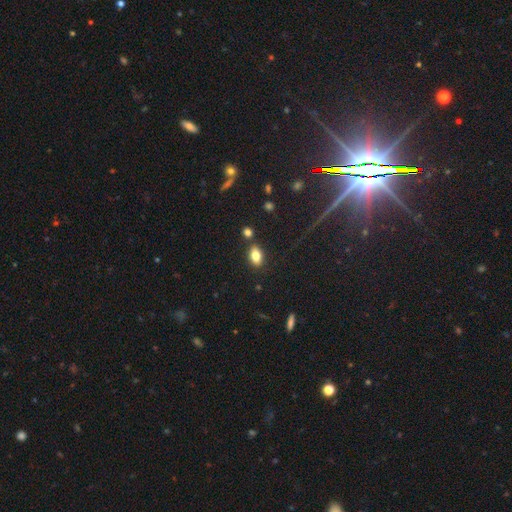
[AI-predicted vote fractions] Smooth or featured?
  - smooth: 79% *
  - featured or disk: 11%
  - star or artifact: 10%
How rounded?
  - in between: 87% *
  - round: 10%
  - cigar-shaped: 3%
Merging?
  - none: 80% *
  - minor disturbance: 11%
  - merger: 7%
  - major disturbance: 2%